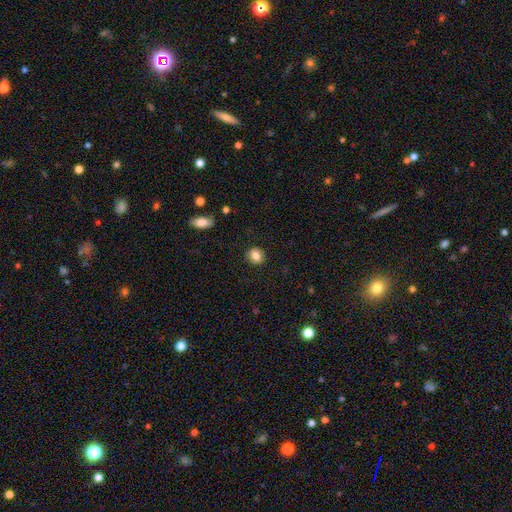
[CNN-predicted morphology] Smooth or featured? smooth (83%)
How rounded? round (82%)
Merging? none (90%)